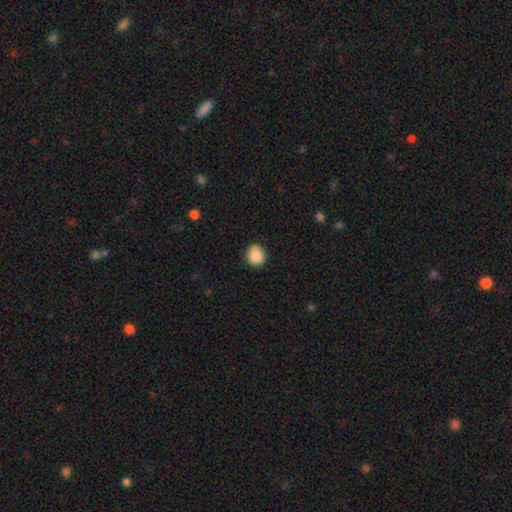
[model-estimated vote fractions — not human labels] Morphology: type=smooth (88%); roundness=round (78%); merging=none (81%).